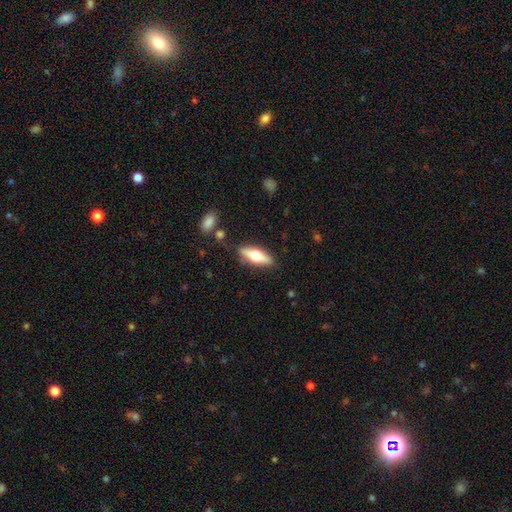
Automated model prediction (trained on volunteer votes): The model was most divided on "smooth or featured": smooth: 48%, featured or disk: 46%, star or artifact: 6%. More confident: merging — none (80%).